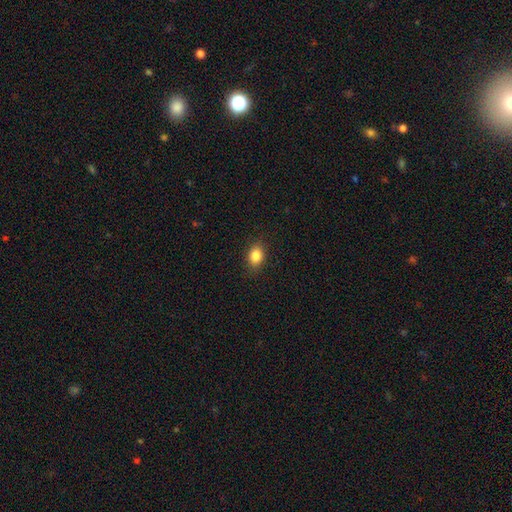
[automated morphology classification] Q: Smooth or featured?
A: smooth (85%); runner-up: star or artifact (9%)
Q: How rounded?
A: in between (69%); runner-up: round (30%)
Q: Merging?
A: none (87%); runner-up: minor disturbance (10%)